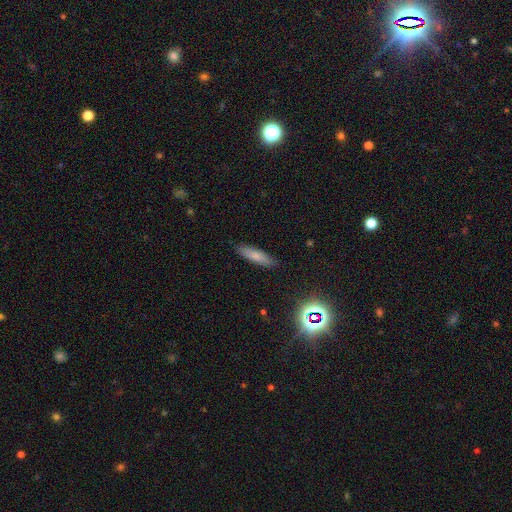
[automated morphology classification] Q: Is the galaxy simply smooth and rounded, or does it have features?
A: smooth — 73%.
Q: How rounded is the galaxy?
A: cigar-shaped — 69%.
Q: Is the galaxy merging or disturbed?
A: none — 87%.